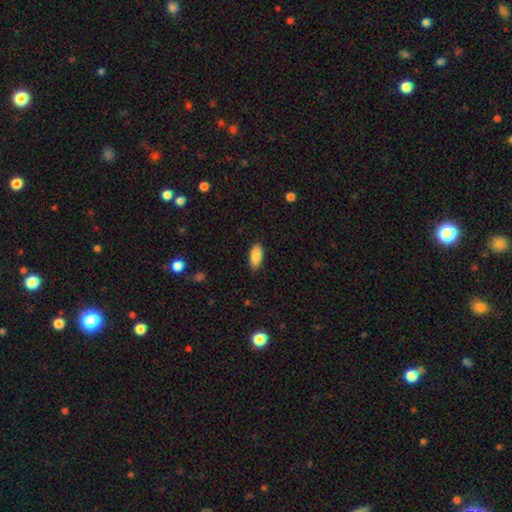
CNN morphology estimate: This appears to be a smooth galaxy with no disk features (89%) that is in between round and cigar-shaped (90%). Merging: none (87%).